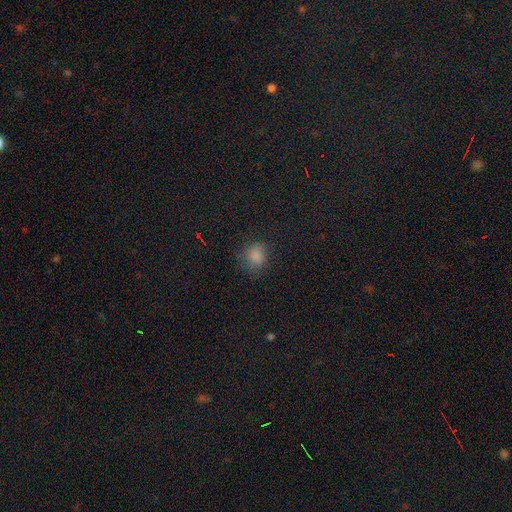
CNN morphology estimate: Smooth or featured: smooth — 79% (star or artifact — 15%)
How rounded: round — 70% (in between — 29%)
Merging: none — 71% (minor disturbance — 19%)